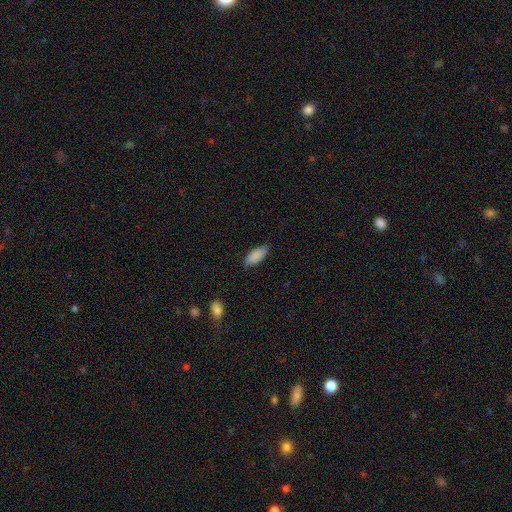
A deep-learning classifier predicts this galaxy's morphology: A smooth galaxy with no disk features (89%) that is in between round and cigar-shaped (84%).

Vote fractions:
- Smooth or featured? smooth: 89% / star or artifact: 6% / featured or disk: 5%
- How rounded? in between: 84% / cigar-shaped: 14% / round: 2%
- Merging? none: 79% / minor disturbance: 17% / major disturbance: 3% / merger: 1%